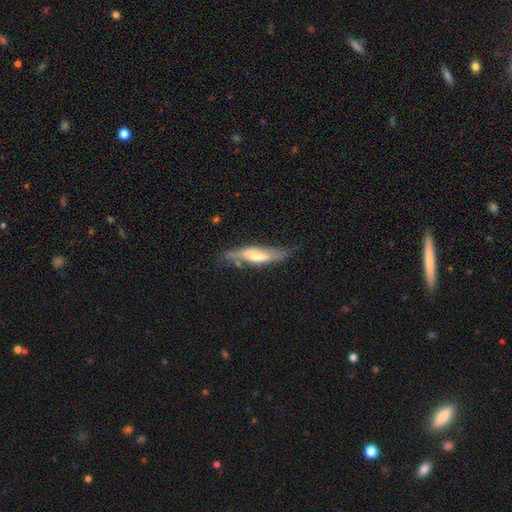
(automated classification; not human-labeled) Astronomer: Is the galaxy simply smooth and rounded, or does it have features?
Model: featured or disk — 48% (runner-up: smooth, 46%).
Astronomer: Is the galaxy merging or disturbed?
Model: none — 59%.